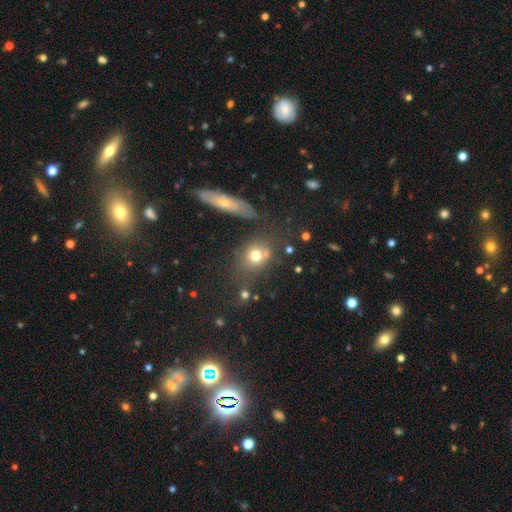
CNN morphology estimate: Overall: smooth (71%). How rounded: round (60%; in between 36%). Merging: none (58%).